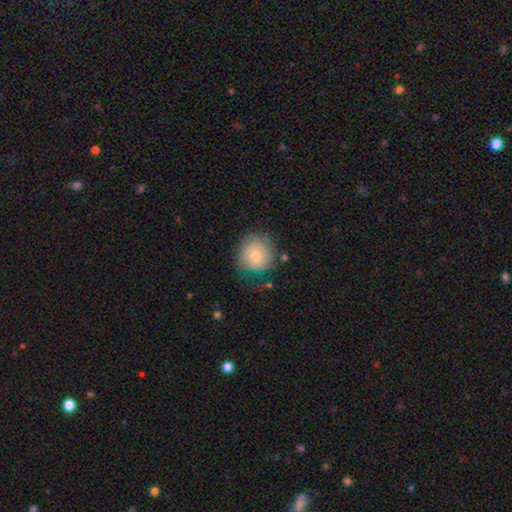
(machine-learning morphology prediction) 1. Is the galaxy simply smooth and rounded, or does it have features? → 70% smooth, 23% featured or disk, 7% star or artifact.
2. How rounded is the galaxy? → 87% round, 13% in between, 1% cigar-shaped.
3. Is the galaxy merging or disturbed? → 62% none, 26% minor disturbance, 9% major disturbance, 2% merger.